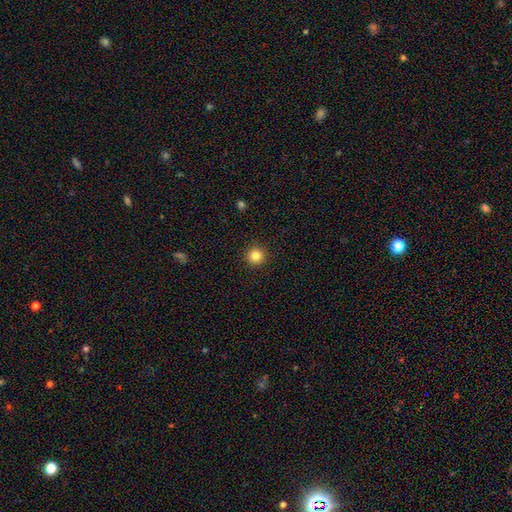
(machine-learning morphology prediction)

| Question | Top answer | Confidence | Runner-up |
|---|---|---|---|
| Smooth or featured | smooth | 83% | star or artifact (12%) |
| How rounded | round | 96% | in between (3%) |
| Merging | none | 93% | minor disturbance (4%) |